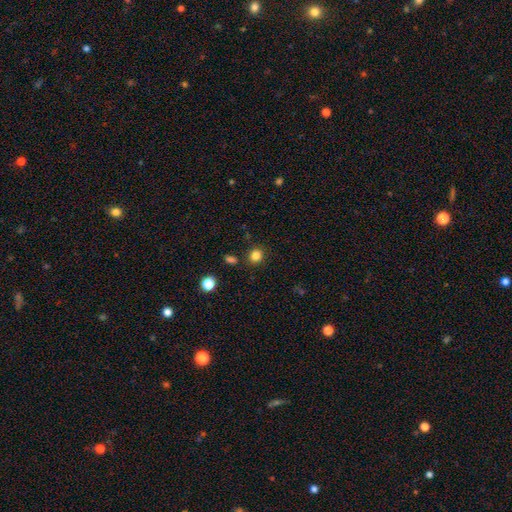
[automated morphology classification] Smooth or featured? Predicted: smooth (p=0.83). How rounded? Predicted: round (p=0.85). Merging? Predicted: none (p=0.87).